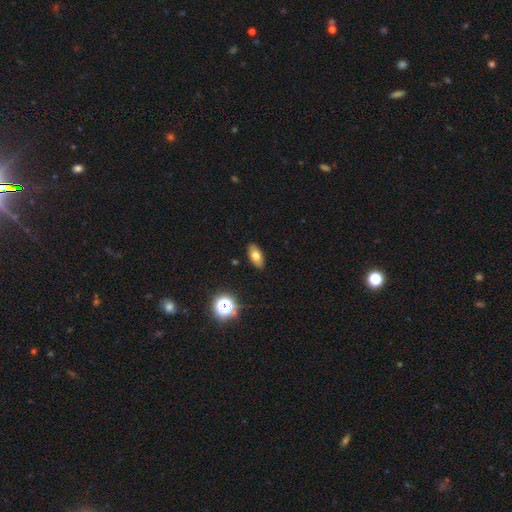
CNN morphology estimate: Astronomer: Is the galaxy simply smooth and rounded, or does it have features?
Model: smooth — 72%.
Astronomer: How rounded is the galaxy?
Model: in between — 86%.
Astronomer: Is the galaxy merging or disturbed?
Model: none — 89%.